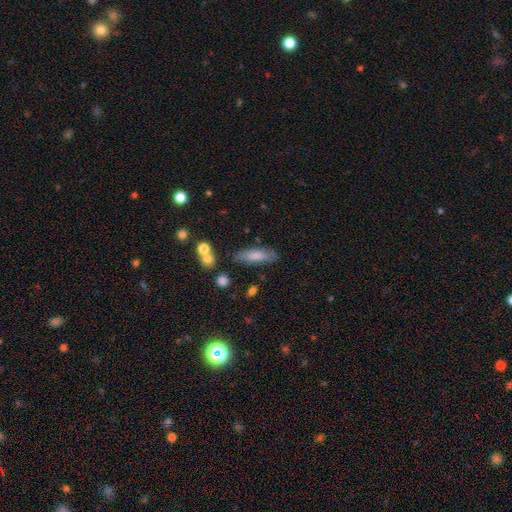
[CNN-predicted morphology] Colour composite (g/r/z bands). It shows a smooth galaxy with no disk features (75%) that is cigar-shaped (51%). Merging: none (75%).